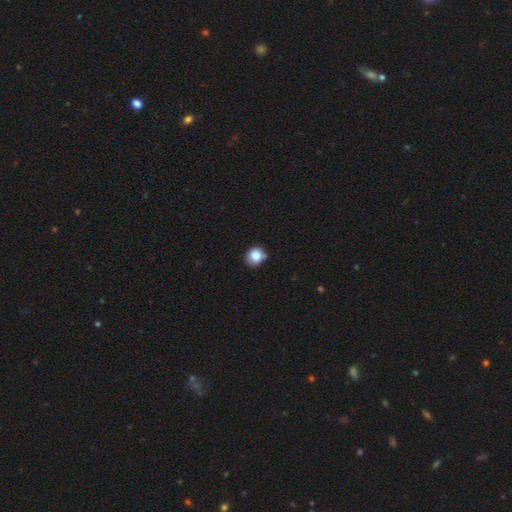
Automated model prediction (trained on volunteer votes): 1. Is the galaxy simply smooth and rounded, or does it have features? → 85% smooth, 10% star or artifact, 6% featured or disk.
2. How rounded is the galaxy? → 80% round, 19% in between, 1% cigar-shaped.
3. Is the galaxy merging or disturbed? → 69% none, 22% minor disturbance, 6% merger, 4% major disturbance.